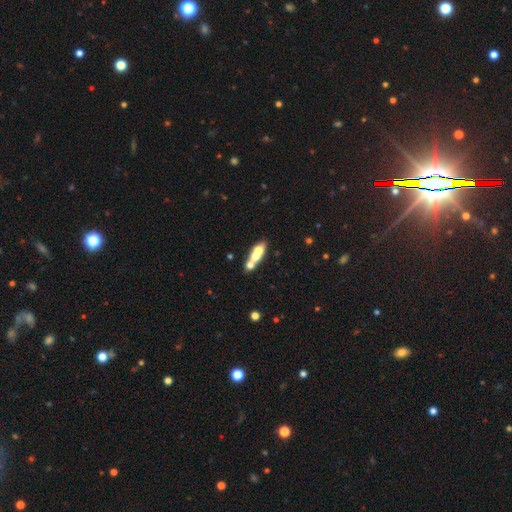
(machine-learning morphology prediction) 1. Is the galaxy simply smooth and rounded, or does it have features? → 51% smooth, 40% featured or disk, 10% star or artifact.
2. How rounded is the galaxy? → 53% in between, 31% cigar-shaped, 15% round.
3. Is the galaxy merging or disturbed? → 53% merger, 33% none, 9% minor disturbance, 5% major disturbance.